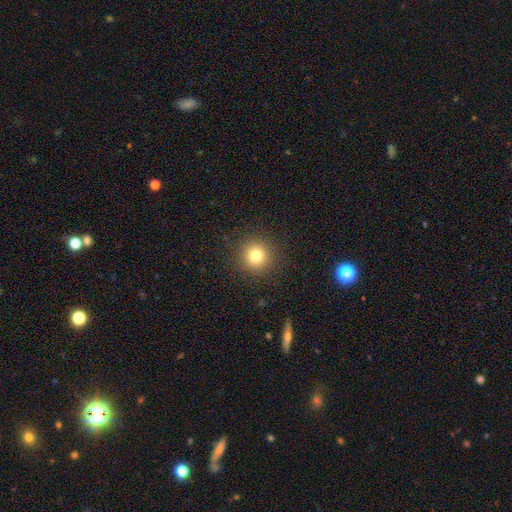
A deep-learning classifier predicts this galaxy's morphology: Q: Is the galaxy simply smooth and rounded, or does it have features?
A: smooth — 79%.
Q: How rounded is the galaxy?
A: round — 95%.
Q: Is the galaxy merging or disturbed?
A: none — 91%.